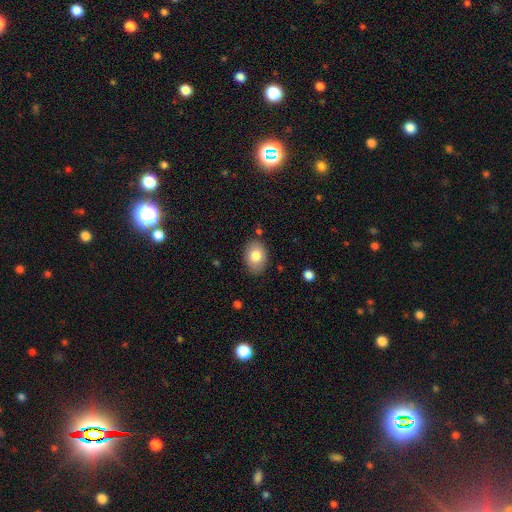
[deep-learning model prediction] A smooth galaxy with no disk features (81%) that is in between round and cigar-shaped (80%).

Vote fractions:
- Smooth or featured? smooth: 81% / featured or disk: 12% / star or artifact: 8%
- How rounded? in between: 80% / round: 19% / cigar-shaped: 1%
- Merging? none: 83% / minor disturbance: 12% / major disturbance: 3% / merger: 2%